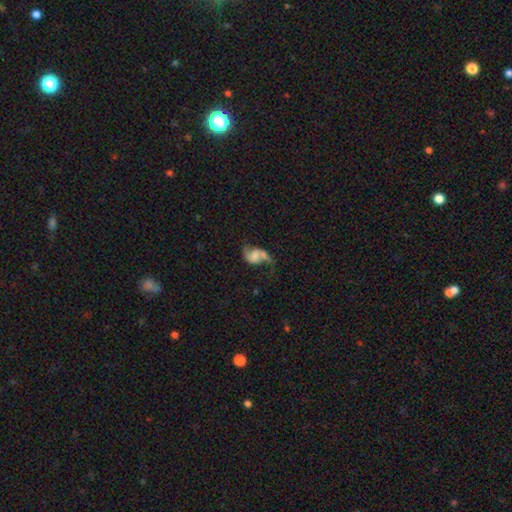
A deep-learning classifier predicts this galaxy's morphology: The model was most divided on "merging": none: 31%, merger: 27%, major disturbance: 23%, minor disturbance: 19%. Remaining: edge-on disk — no (97%); spiral arm count — 2 (83%); spiral arms — yes (82%); spiral winding — loose (73%); smooth or featured — featured or disk (63%); bar — no (50%); bulge size — none (45%).